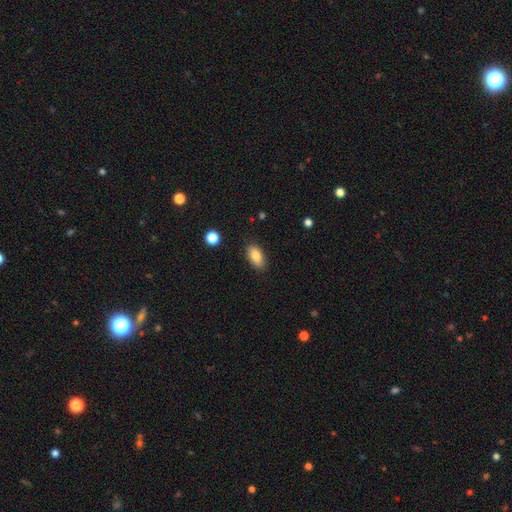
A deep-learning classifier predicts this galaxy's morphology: A smooth galaxy with no disk features (85%) that is in between round and cigar-shaped (90%). Merging: none (86%).